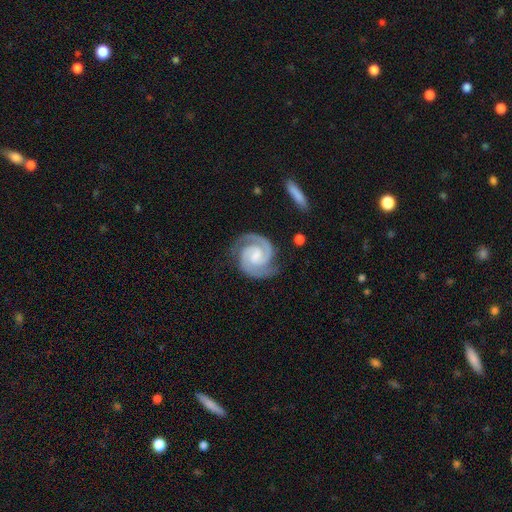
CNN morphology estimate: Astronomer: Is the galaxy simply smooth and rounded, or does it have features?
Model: featured or disk — 93%.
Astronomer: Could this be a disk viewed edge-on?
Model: no — 98%.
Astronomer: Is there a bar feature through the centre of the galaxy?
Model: weak — 45% (runner-up: no, 39%).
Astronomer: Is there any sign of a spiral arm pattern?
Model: yes — 99%.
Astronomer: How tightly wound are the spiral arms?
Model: tight — 59% (runner-up: medium, 37%).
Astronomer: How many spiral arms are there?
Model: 2 — 93%.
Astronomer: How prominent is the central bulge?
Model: moderate — 34% (runner-up: small, 31%).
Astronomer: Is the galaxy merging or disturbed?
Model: none — 81%.